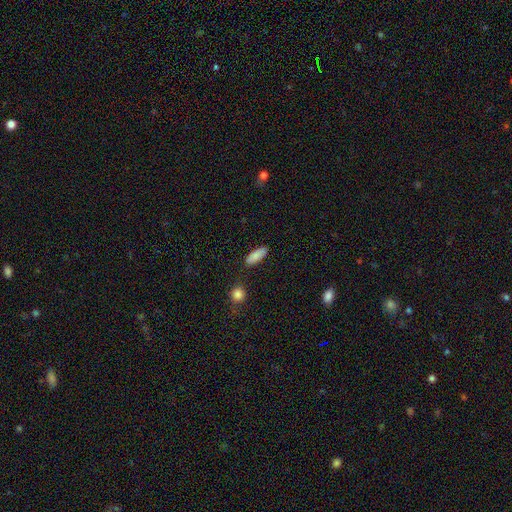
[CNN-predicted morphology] Overall: smooth (85%). How rounded: in between (73%). Merging: none (82%).